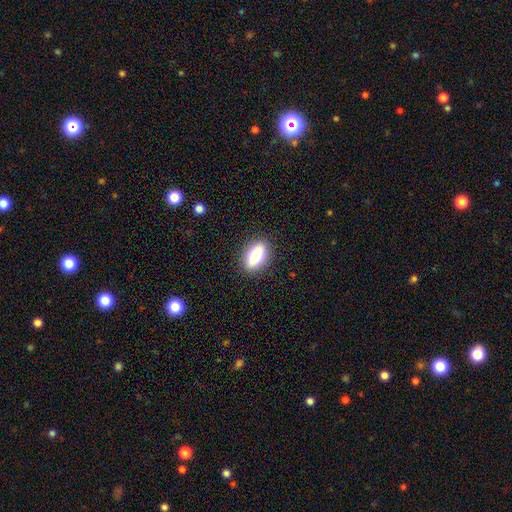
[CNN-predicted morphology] Smooth or featured? smooth (70%)
How rounded? in between (76%)
Merging? none (88%)